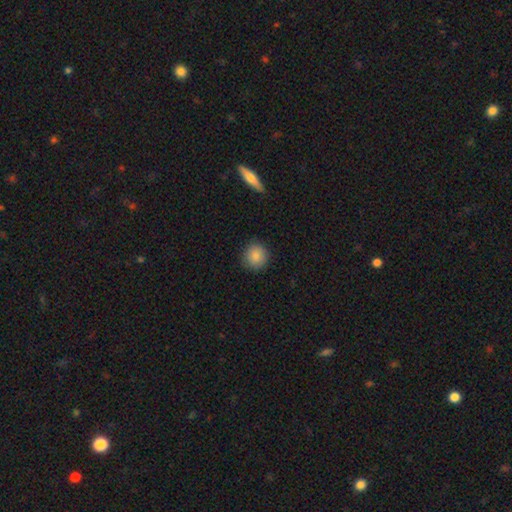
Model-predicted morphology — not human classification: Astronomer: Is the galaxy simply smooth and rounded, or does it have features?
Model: smooth — 86%.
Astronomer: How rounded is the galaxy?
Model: round — 92%.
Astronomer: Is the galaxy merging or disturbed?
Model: none — 89%.